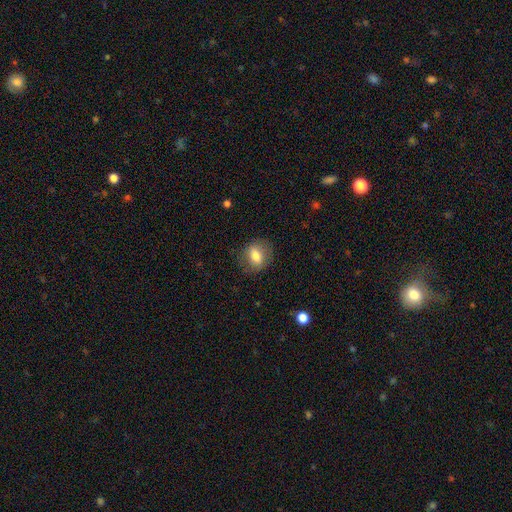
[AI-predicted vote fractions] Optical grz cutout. It shows a smooth galaxy with no disk features (72%) that is in between round and cigar-shaped (55%). Merging: none (80%).